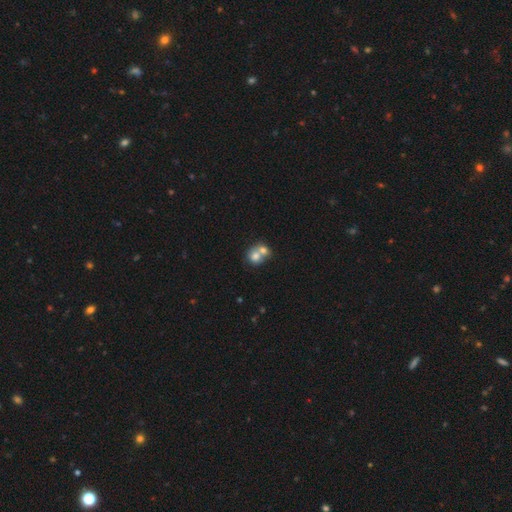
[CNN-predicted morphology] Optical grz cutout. It shows a smooth galaxy with no disk features (71%) that is round (73%). Merging: merger (67%).